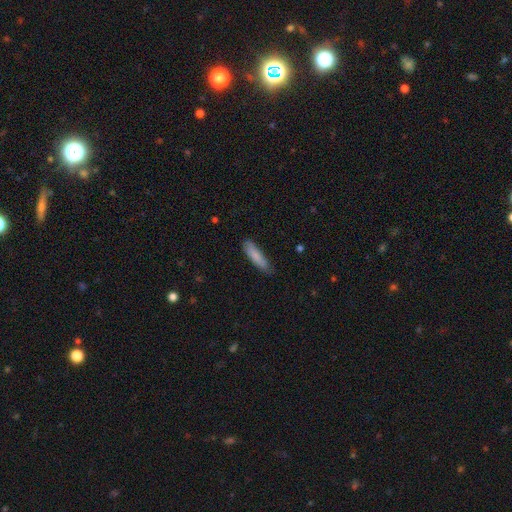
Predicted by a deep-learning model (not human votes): This is clearly a smooth galaxy (82%). How rounded: likely cigar-shaped (73%). Merging: likely none (76%).